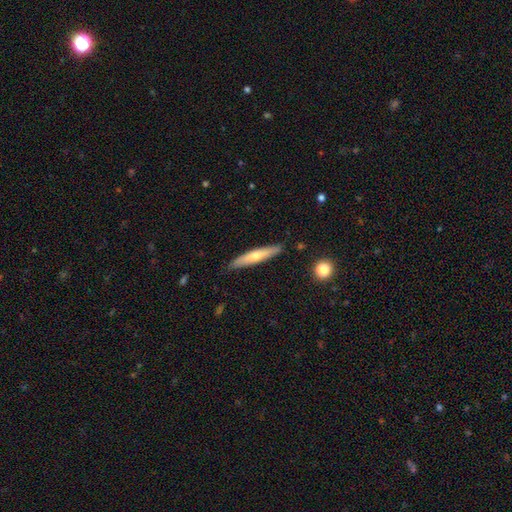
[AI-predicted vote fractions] Smooth or featured? smooth (49%)
Merging? none (88%)